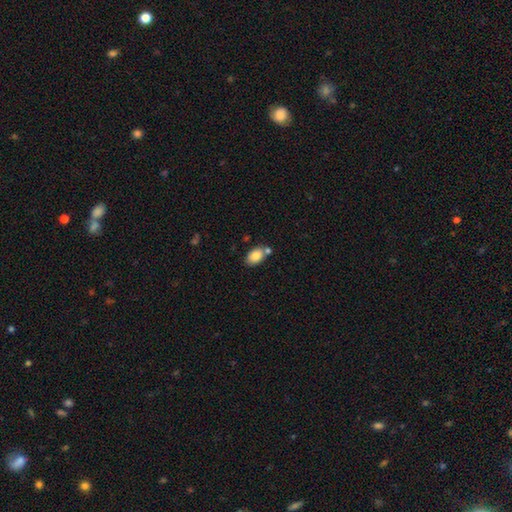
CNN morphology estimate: This appears to be a smooth galaxy with no disk features (84%) that is in between round and cigar-shaped (87%). Merging: none (62%).